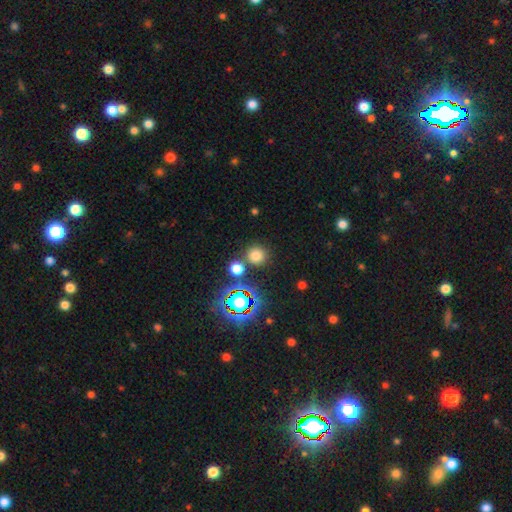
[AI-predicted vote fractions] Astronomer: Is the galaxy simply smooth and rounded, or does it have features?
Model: smooth — 71%.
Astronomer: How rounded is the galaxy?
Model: round — 91%.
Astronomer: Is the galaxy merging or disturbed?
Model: none — 79%.